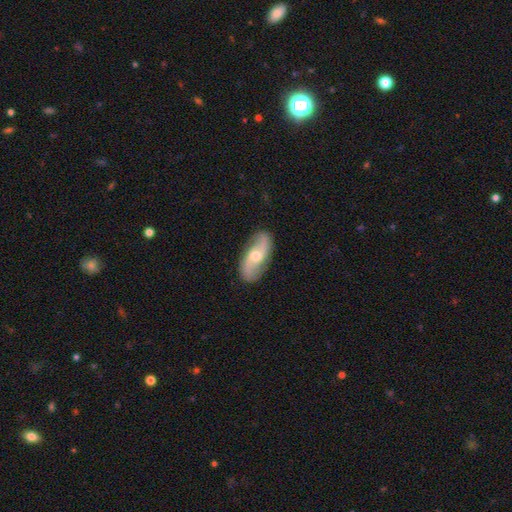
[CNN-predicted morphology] type=featured or disk (74%); edge-on=no (93%); bar=no (48%); spiral arms=yes (92%); winding=loose (62%); arm count=2 (91%); bulge=moderate (61%); merging=none (84%).